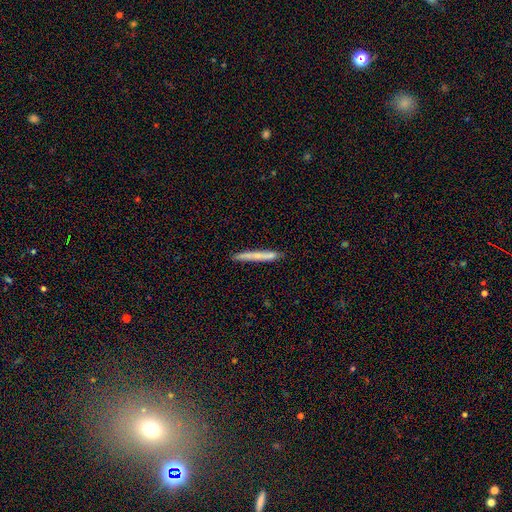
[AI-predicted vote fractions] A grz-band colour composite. It shows a smooth galaxy with no disk features (67%) that is cigar-shaped (96%). Merging: none (85%).